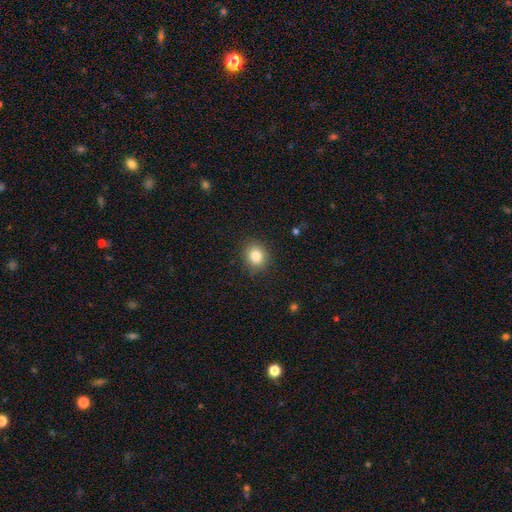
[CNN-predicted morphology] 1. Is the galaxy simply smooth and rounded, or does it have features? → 83% smooth, 10% star or artifact, 6% featured or disk.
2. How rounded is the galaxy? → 74% round, 25% in between, 1% cigar-shaped.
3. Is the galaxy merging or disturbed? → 88% none, 8% minor disturbance, 2% major disturbance, 1% merger.